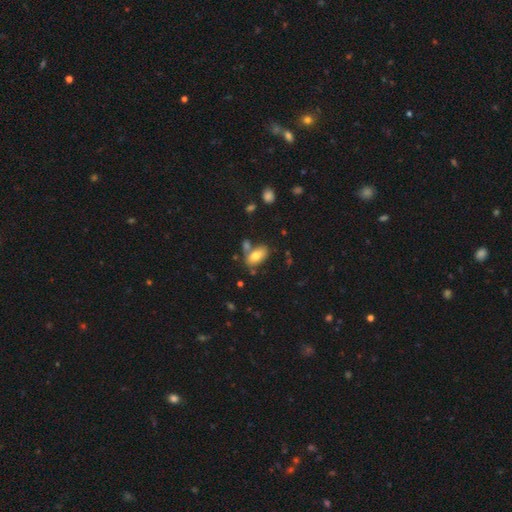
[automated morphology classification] Smooth or featured?
  - smooth: 75% *
  - featured or disk: 17%
  - star or artifact: 8%
How rounded?
  - in between: 92% *
  - round: 5%
  - cigar-shaped: 4%
Merging?
  - none: 62% *
  - merger: 18%
  - minor disturbance: 15%
  - major disturbance: 5%